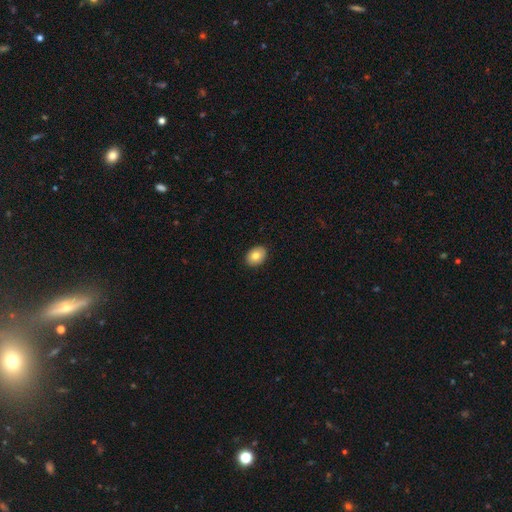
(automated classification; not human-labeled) This is likely a smooth galaxy (80%). How rounded: likely in between (70%). Merging: clearly none (90%).